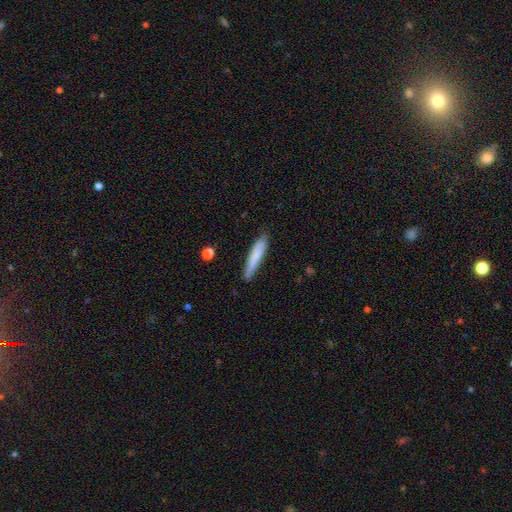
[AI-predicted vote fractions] This is likely a smooth galaxy (77%). How rounded: clearly cigar-shaped (90%). Merging: likely none (79%).